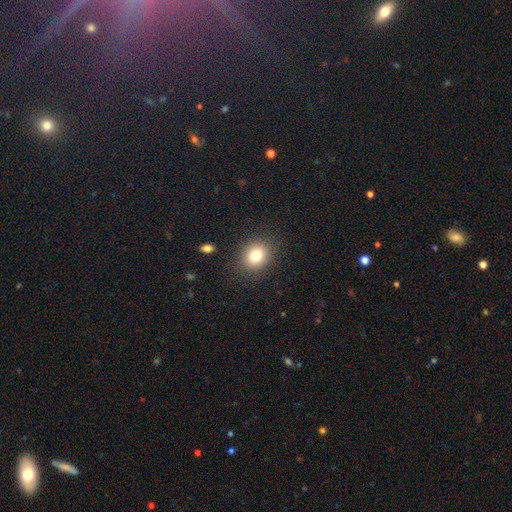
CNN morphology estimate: Smooth or featured?
  - smooth: 79% *
  - star or artifact: 12%
  - featured or disk: 9%
How rounded?
  - round: 62% *
  - in between: 38%
  - cigar-shaped: 1%
Merging?
  - none: 87% *
  - minor disturbance: 8%
  - major disturbance: 3%
  - merger: 1%